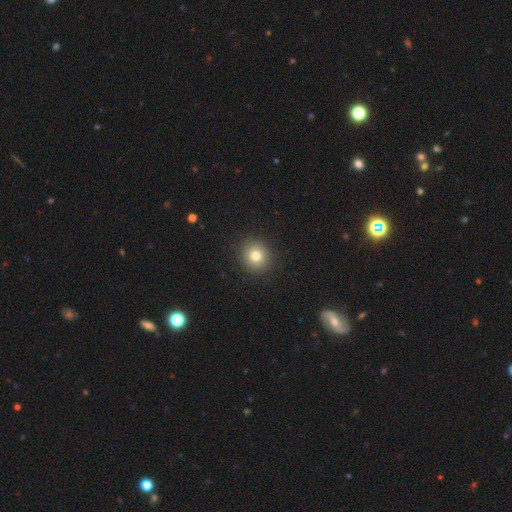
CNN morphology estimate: type=smooth (79%); roundness=round (89%); merging=none (91%).